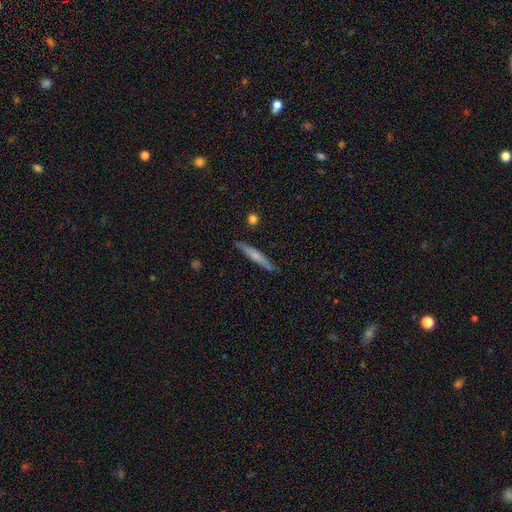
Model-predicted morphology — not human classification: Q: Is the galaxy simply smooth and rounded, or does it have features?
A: smooth — 54%.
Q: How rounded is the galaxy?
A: cigar-shaped — 95%.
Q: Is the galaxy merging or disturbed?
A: none — 87%.